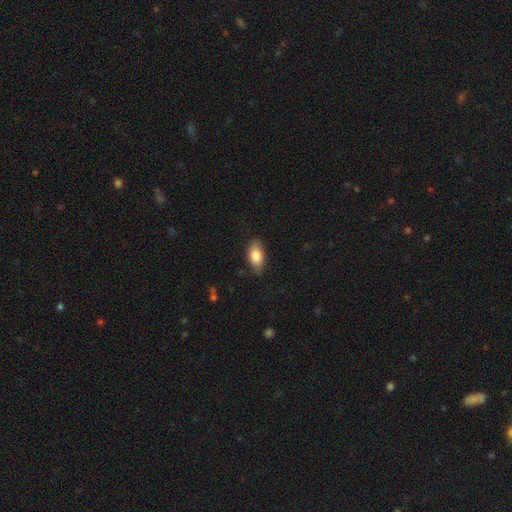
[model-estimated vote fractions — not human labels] Morphology: type=smooth (84%); roundness=in between (91%); merging=none (82%).